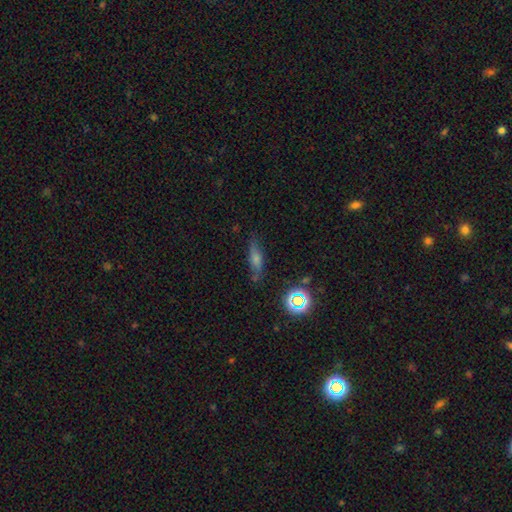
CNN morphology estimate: This appears to be a smooth galaxy with no disk features (42%). Merging: none (76%).